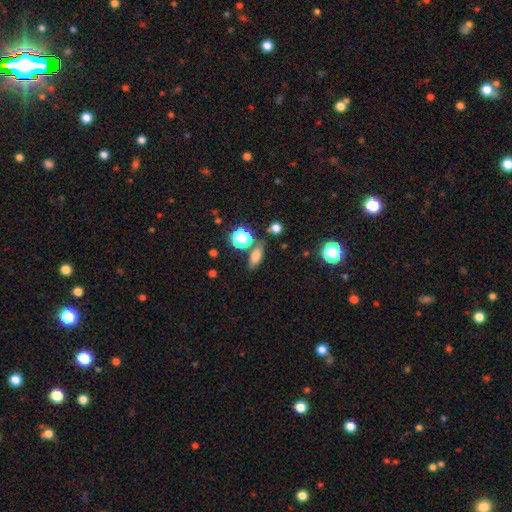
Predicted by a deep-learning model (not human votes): Smooth or featured?
  - smooth: 71% *
  - star or artifact: 15%
  - featured or disk: 14%
How rounded?
  - in between: 61% *
  - cigar-shaped: 22%
  - round: 17%
Merging?
  - none: 72% *
  - minor disturbance: 13%
  - merger: 10%
  - major disturbance: 5%